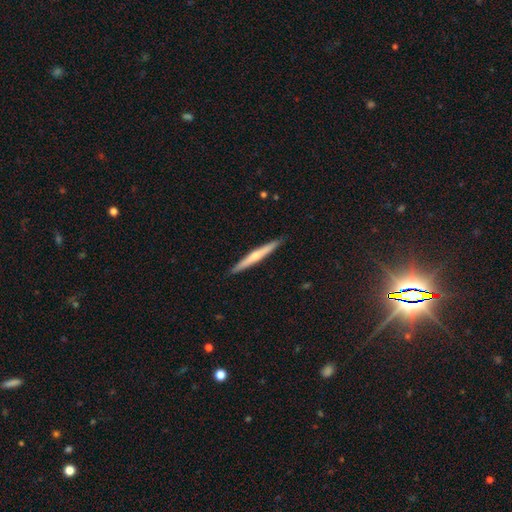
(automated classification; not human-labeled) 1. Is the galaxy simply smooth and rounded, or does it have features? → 55% featured or disk, 40% smooth, 5% star or artifact.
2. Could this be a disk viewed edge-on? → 97% yes, 3% no.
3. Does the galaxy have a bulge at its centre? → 70% rounded, 26% none, 4% boxy.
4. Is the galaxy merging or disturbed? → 92% none, 6% minor disturbance, 1% major disturbance, 1% merger.